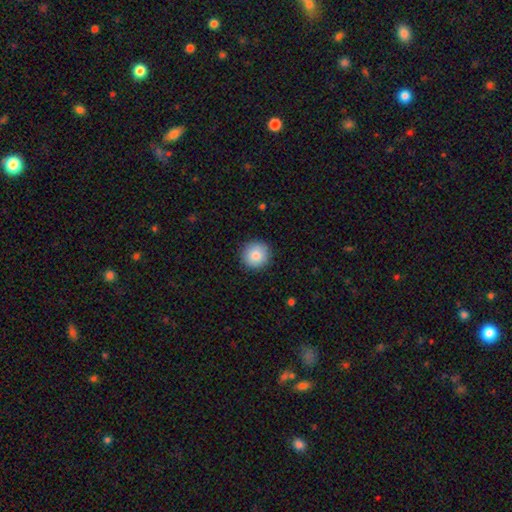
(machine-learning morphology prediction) The model was most divided on "smooth or featured": smooth: 86%, star or artifact: 8%, featured or disk: 7%. More confident: how rounded — round (95%); merging — none (92%).